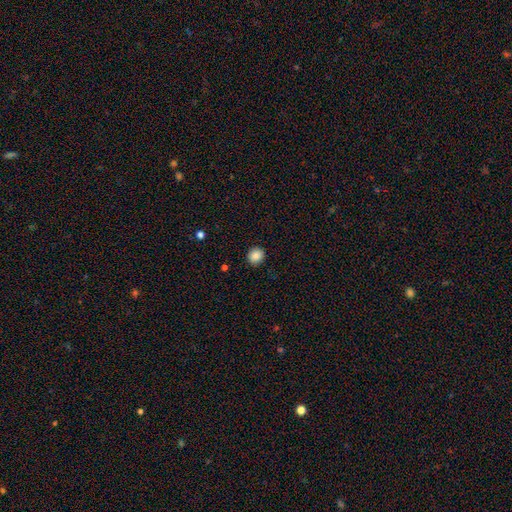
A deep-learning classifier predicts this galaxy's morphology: The model was most divided on "how rounded": round: 85%, in between: 14%, cigar-shaped: 1%. More confident: merging — none (91%); smooth or featured — smooth (87%).